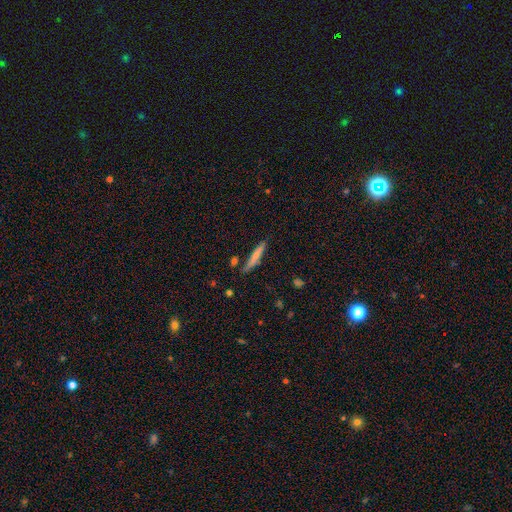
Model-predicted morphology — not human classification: Smooth or featured?
  - smooth: 64% *
  - featured or disk: 29%
  - star or artifact: 6%
How rounded?
  - cigar-shaped: 93% *
  - in between: 6%
  - round: 1%
Merging?
  - none: 79% *
  - minor disturbance: 14%
  - merger: 5%
  - major disturbance: 3%